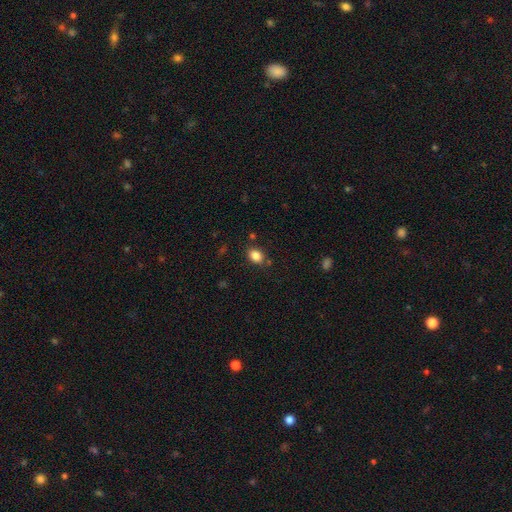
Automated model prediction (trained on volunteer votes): smooth_or_featured: smooth (p=0.85) [alt: star or artifact p=0.10]
how_rounded: in between (p=0.65) [alt: round p=0.34]
merging: none (p=0.81) [alt: minor disturbance p=0.12]